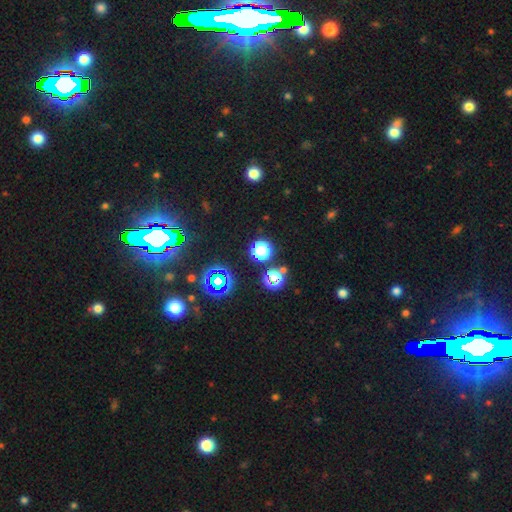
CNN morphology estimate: The model was most divided on "smooth or featured": star or artifact: 77%, smooth: 15%, featured or disk: 8%.